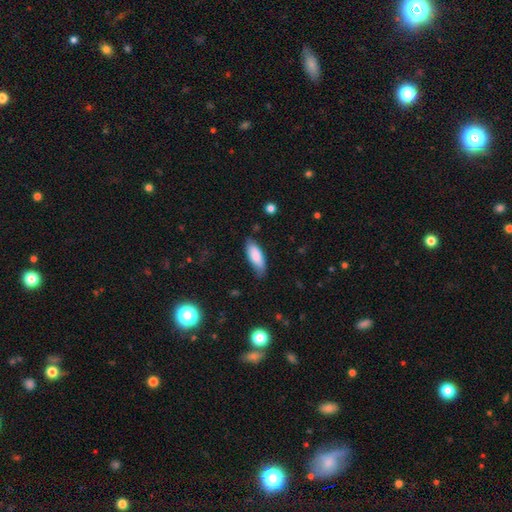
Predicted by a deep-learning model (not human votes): Q: Smooth or featured?
A: smooth (82%); runner-up: featured or disk (12%)
Q: How rounded?
A: in between (72%); runner-up: cigar-shaped (27%)
Q: Merging?
A: none (69%); runner-up: minor disturbance (25%)